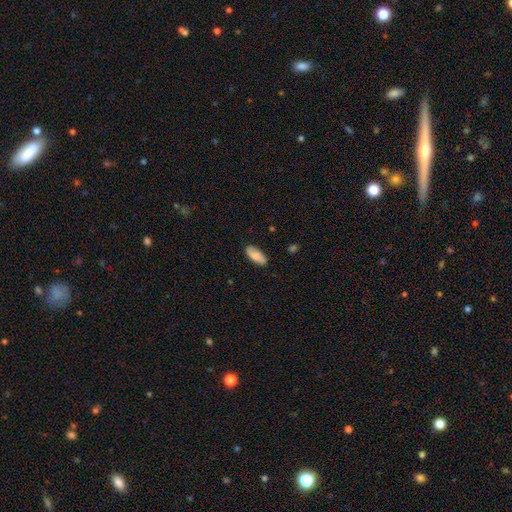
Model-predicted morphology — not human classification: Smooth or featured: smooth — 81% (featured or disk — 12%)
How rounded: in between — 83% (cigar-shaped — 15%)
Merging: none — 84% (minor disturbance — 12%)